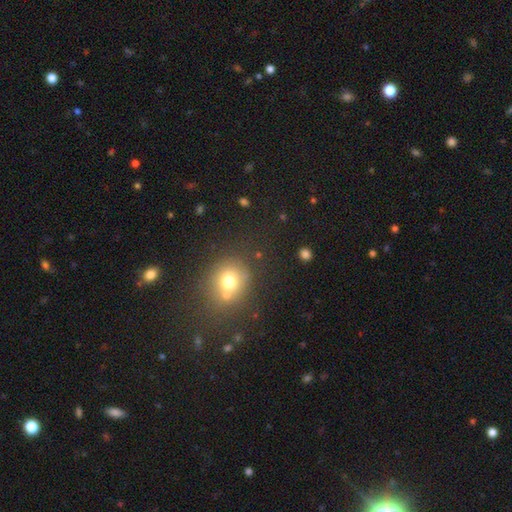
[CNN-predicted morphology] A smooth galaxy with no disk features (58%) that is round (59%). Merging: none (82%).